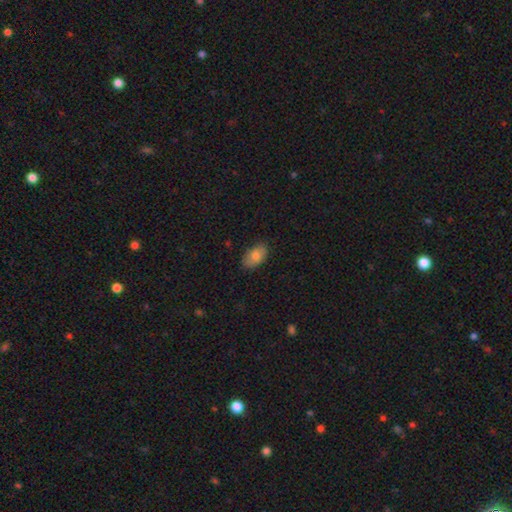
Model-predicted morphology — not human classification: A smooth galaxy with no disk features (80%) that is in between round and cigar-shaped (92%). Merging: none (82%).